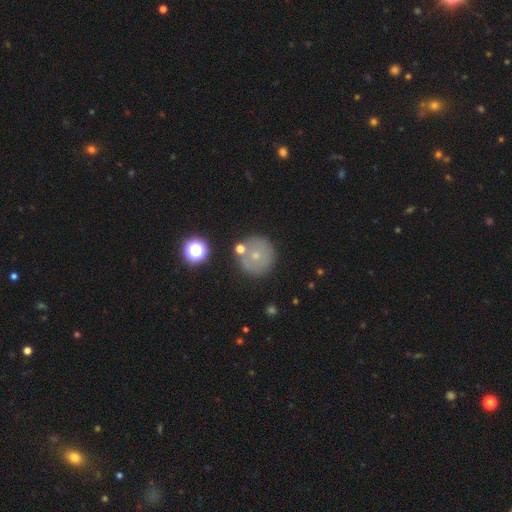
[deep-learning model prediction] Smooth or featured? smooth (60%)
How rounded? round (94%)
Merging? none (78%)